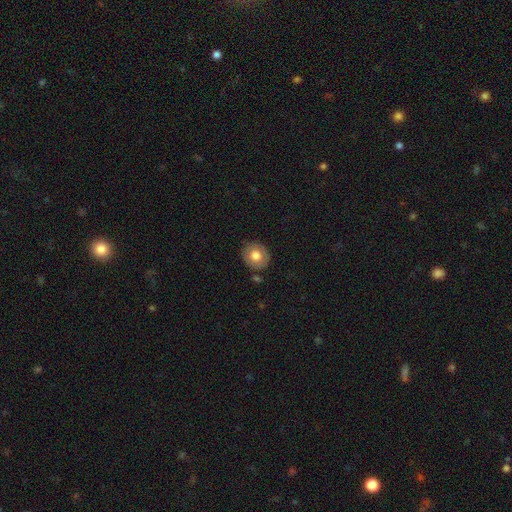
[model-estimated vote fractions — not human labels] A smooth galaxy with no disk features (72%) that is round (77%). Merging: none (83%).